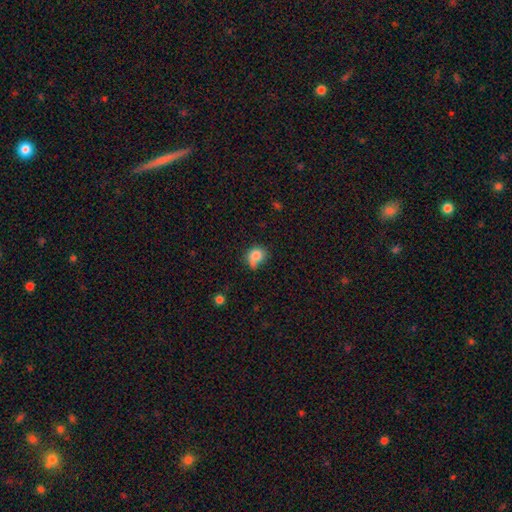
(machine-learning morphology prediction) type=smooth (82%); roundness=round (65%); merging=none (46%).